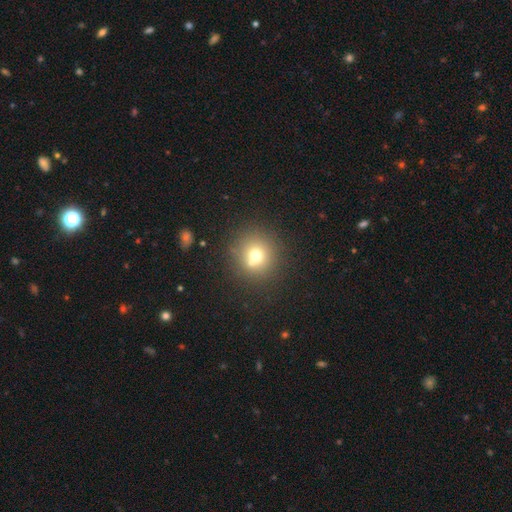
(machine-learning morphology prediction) A smooth galaxy with no disk features (68%) that is round (91%). Merging: none (64%).